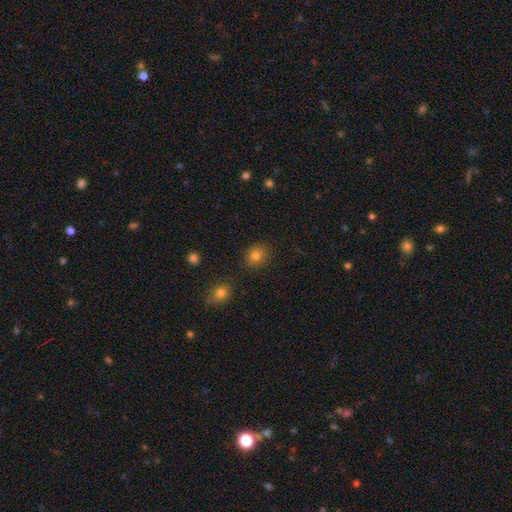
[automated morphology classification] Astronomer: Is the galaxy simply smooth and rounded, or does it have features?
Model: smooth — 80%.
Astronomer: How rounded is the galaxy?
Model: round — 75%.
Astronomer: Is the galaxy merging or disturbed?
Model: none — 85%.